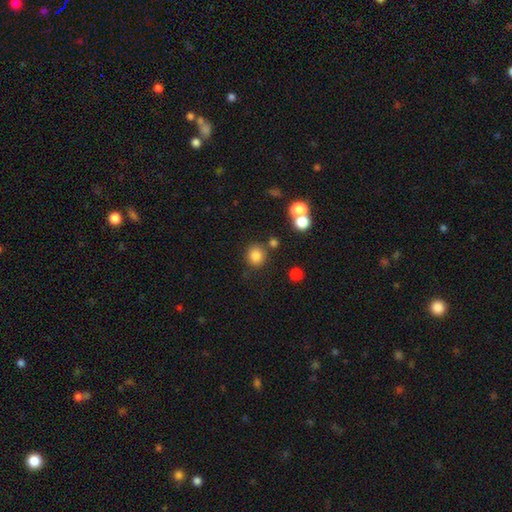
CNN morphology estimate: This appears to be a smooth galaxy with no disk features (82%) that is round (86%). Merging: none (80%).